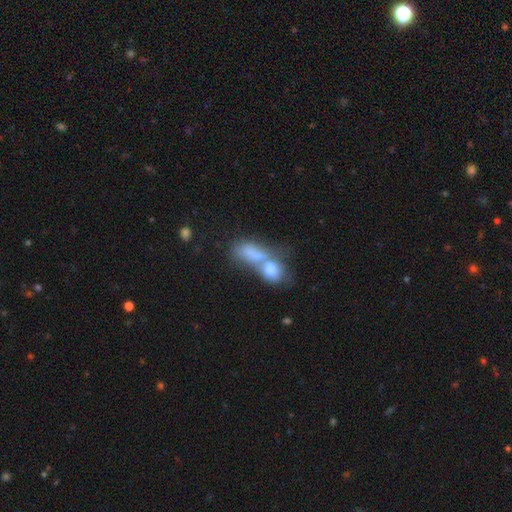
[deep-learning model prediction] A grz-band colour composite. It shows a smooth galaxy with no disk features (63%) that is in between round and cigar-shaped (61%). Merging: merger (72%).